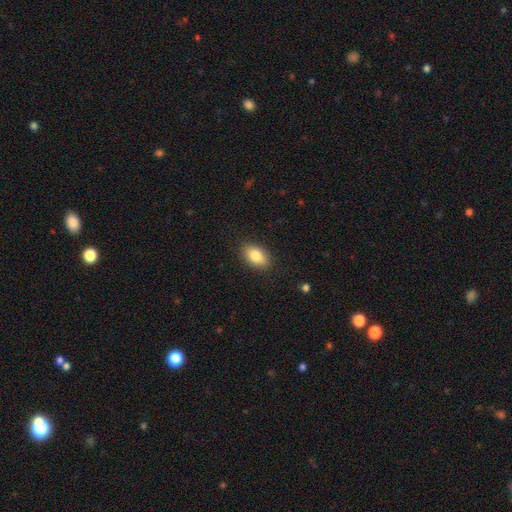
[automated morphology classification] smooth-or-featured: smooth: 84% | featured or disk: 9% | star or artifact: 7%
  how-rounded: in between: 90% | round: 7% | cigar-shaped: 2%
  merging: none: 88% | minor disturbance: 9% | major disturbance: 2% | merger: 1%